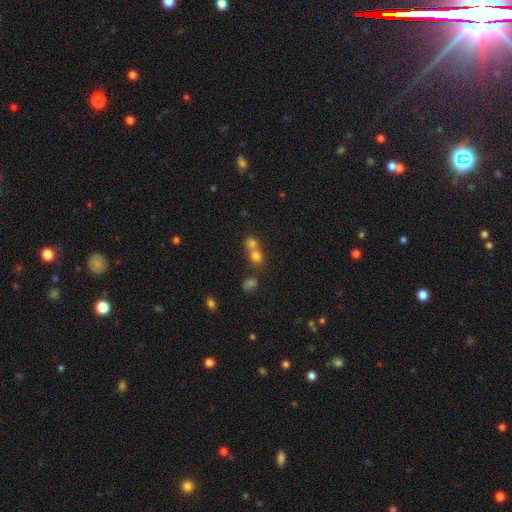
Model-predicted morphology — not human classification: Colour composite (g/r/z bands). It shows a smooth galaxy with no disk features (73%) that is round (75%). Merging: merger (61%).